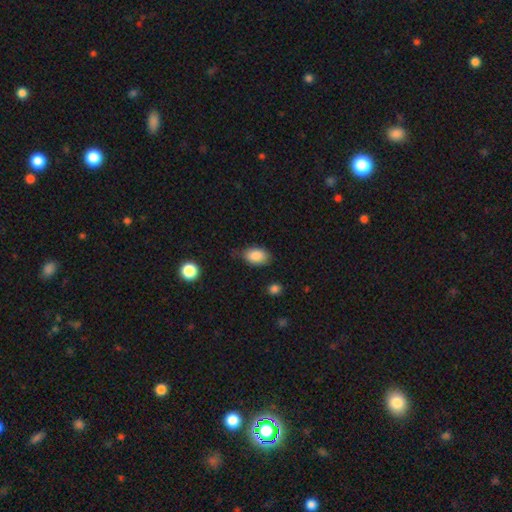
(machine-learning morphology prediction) Smooth or featured? smooth (87%)
How rounded? in between (89%)
Merging? none (68%)